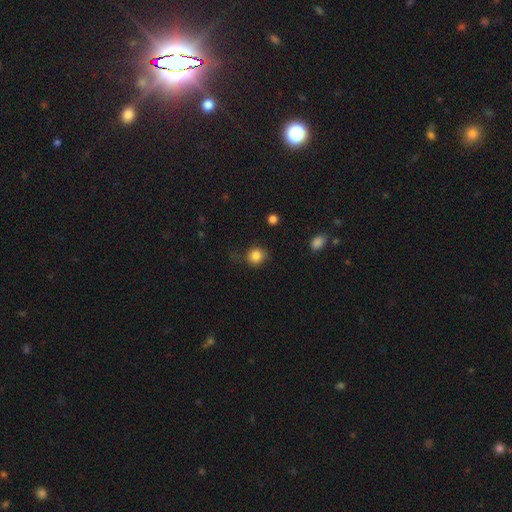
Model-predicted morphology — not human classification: smooth-or-featured: smooth: 84% | star or artifact: 11% | featured or disk: 5%
  how-rounded: round: 83% | in between: 16% | cigar-shaped: 1%
  merging: none: 75% | minor disturbance: 17% | major disturbance: 6% | merger: 2%